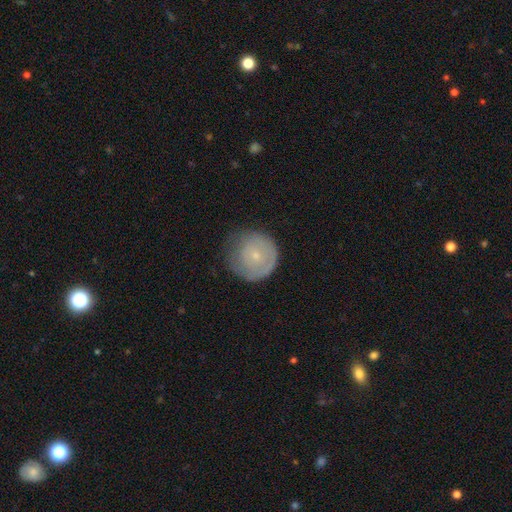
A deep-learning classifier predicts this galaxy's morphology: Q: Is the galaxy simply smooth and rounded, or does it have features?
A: smooth — 58%.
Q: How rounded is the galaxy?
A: round — 92%.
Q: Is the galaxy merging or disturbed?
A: none — 60%.